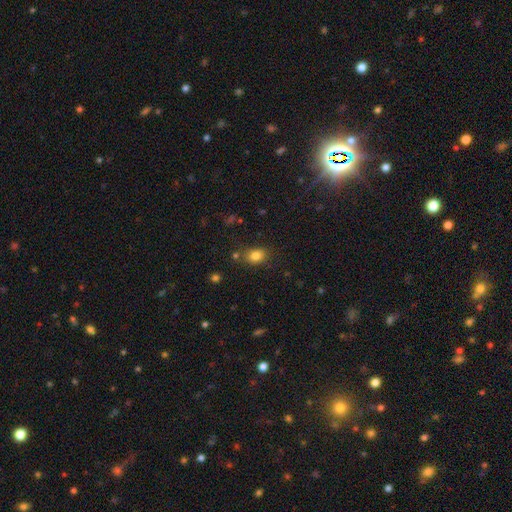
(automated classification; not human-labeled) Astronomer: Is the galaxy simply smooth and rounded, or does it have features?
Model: smooth — 81%.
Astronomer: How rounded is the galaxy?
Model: in between — 65%.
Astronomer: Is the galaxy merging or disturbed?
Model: none — 77%.